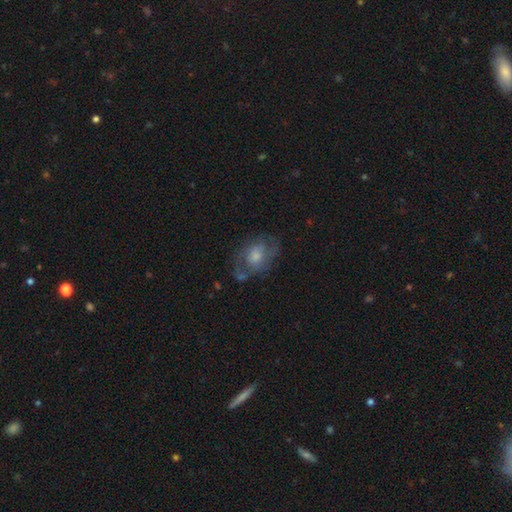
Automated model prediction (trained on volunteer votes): Morphology: type=featured or disk (57%); edge-on=no (96%); bar=no (74%); spiral arms=yes (63%); bulge=moderate (44%); merging=none (57%).